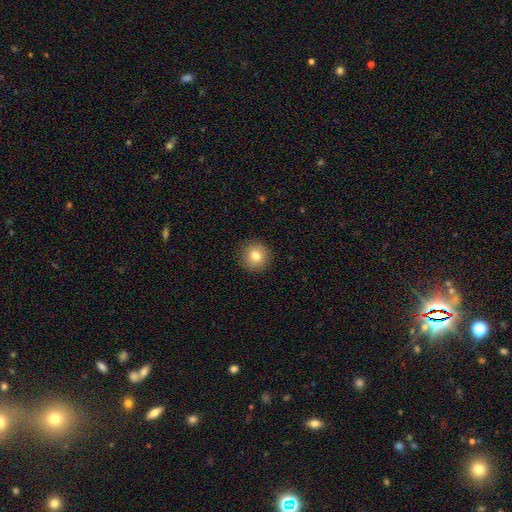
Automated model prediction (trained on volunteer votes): Smooth or featured? smooth (80%)
How rounded? round (93%)
Merging? none (91%)